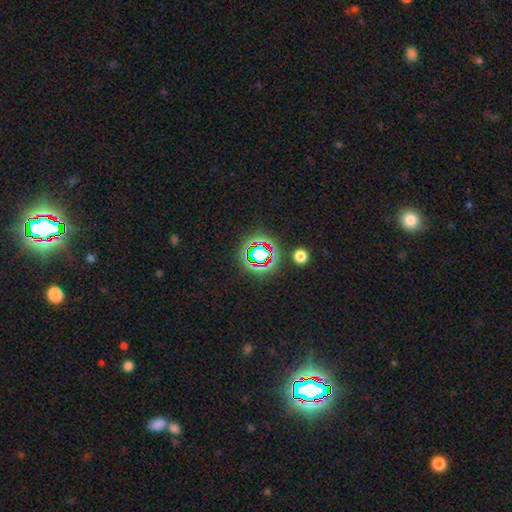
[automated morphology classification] smooth_or_featured: star or artifact (p=0.67) [alt: smooth p=0.21]